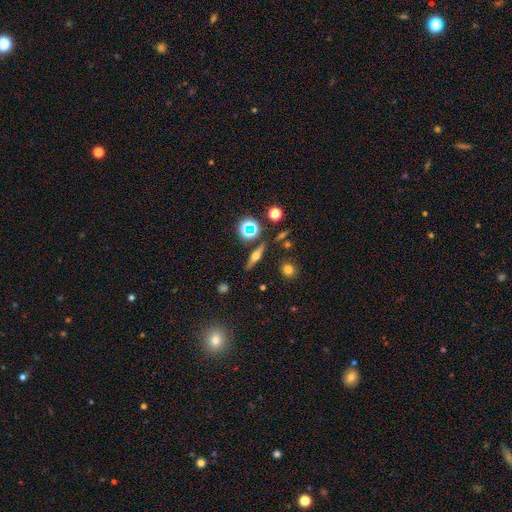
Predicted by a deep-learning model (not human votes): smooth-or-featured: featured or disk: 54% | smooth: 32% | star or artifact: 14%
  disk-edge-on: yes: 91% | no: 9%
  merging: none: 83% | minor disturbance: 9% | merger: 4% | major disturbance: 3%